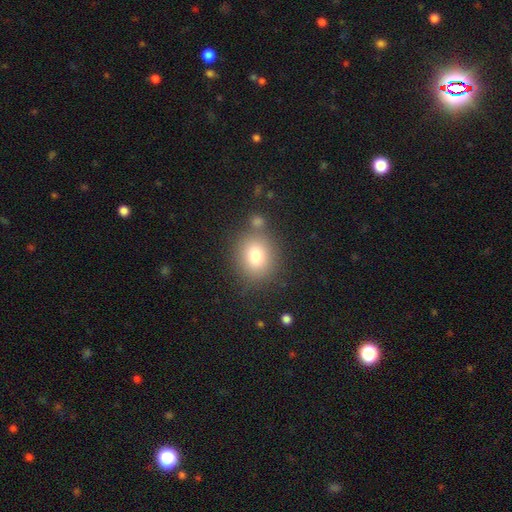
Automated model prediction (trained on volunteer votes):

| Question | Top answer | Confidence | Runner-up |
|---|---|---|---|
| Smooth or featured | smooth | 77% | star or artifact (12%) |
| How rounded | round | 71% | in between (28%) |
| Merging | none | 74% | minor disturbance (11%) |